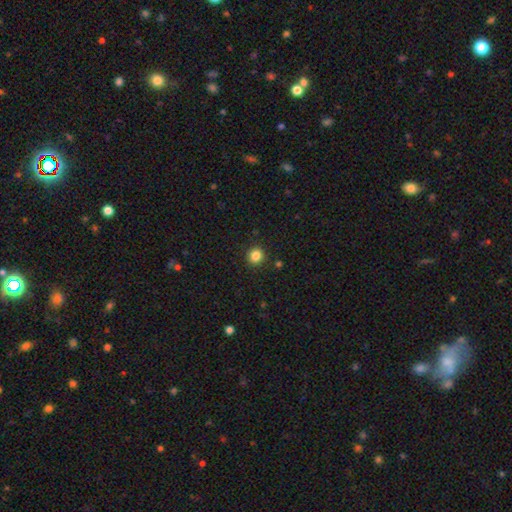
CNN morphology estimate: Smooth or featured? Predicted: smooth (p=0.85). How rounded? Predicted: round (p=0.89). Merging? Predicted: none (p=0.92).